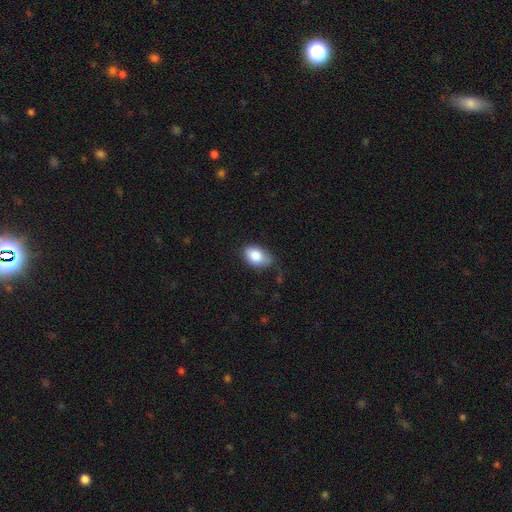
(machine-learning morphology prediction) Smooth or featured? Predicted: smooth (p=0.84). How rounded? Predicted: in between (p=0.86). Merging? Predicted: none (p=0.66).